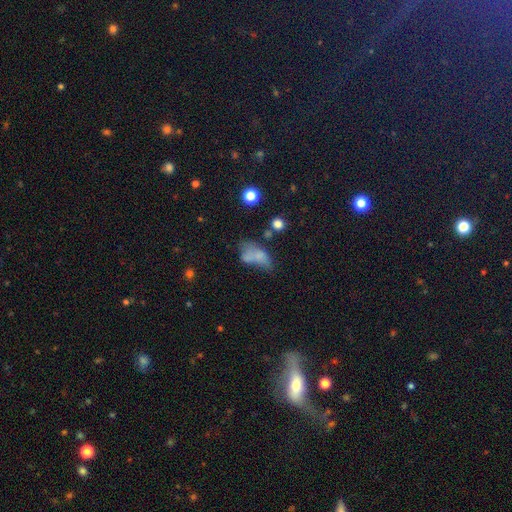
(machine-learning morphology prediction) smooth-or-featured: smooth: 59% | featured or disk: 26% | star or artifact: 15%
  how-rounded: in between: 86% | round: 9% | cigar-shaped: 5%
  merging: major disturbance: 29% | merger: 24% | none: 24% | minor disturbance: 23%